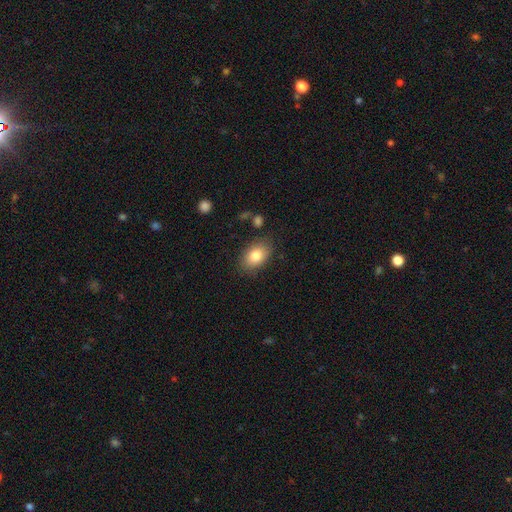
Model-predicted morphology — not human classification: Overall: smooth (82%). How rounded: in between (86%). Merging: none (82%).